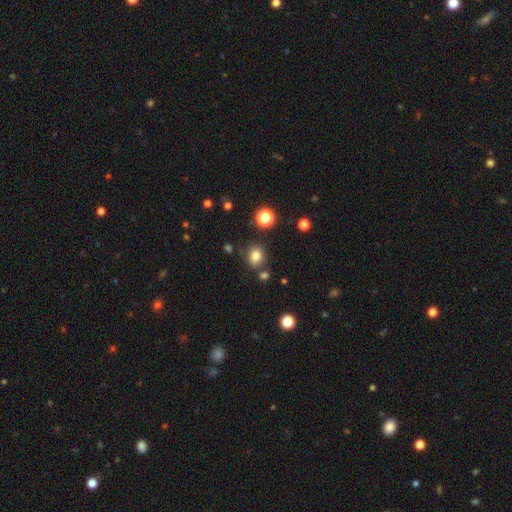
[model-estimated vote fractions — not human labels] smooth_or_featured: smooth (p=0.78) [alt: star or artifact p=0.14]
how_rounded: round (p=0.66) [alt: in between p=0.33]
merging: none (p=0.79) [alt: minor disturbance p=0.11]